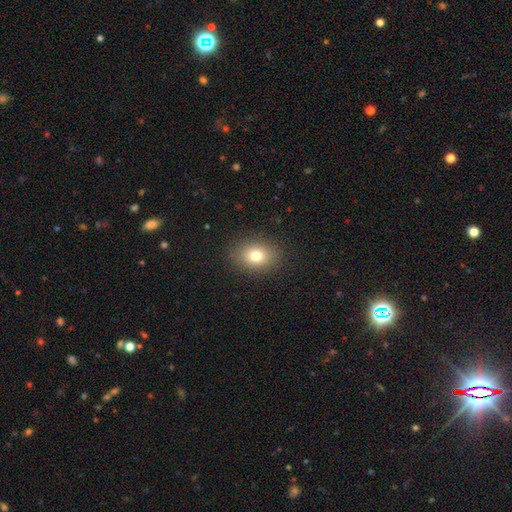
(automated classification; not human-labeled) This appears to be a smooth galaxy with no disk features (77%) that is in between round and cigar-shaped (59%). Merging: none (88%).